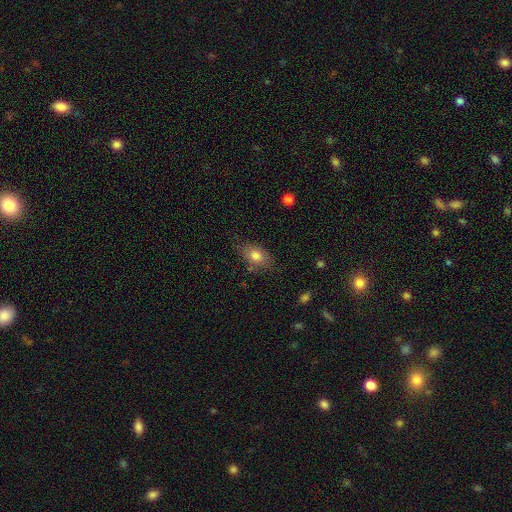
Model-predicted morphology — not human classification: The model was most divided on "merging": none: 75%, minor disturbance: 18%, major disturbance: 4%, merger: 2%. More confident: how rounded — in between (85%); smooth or featured — smooth (78%).